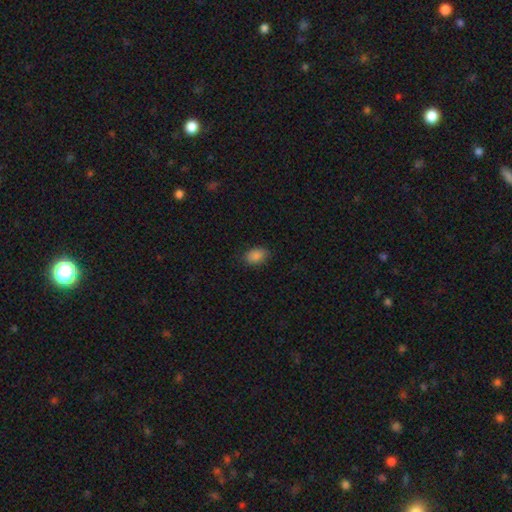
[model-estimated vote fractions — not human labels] Overall: smooth (87%). How rounded: in between (85%). Merging: none (85%).